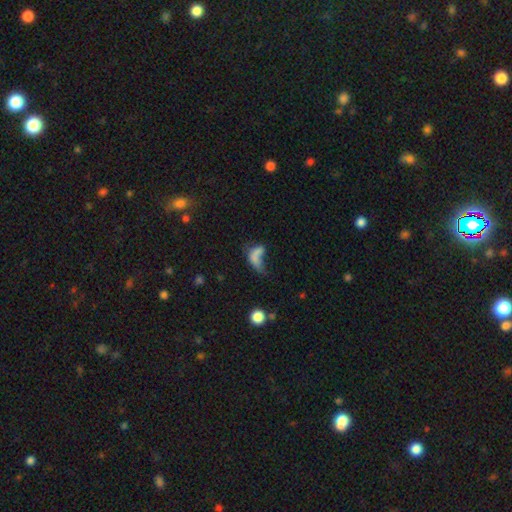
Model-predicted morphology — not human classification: A smooth galaxy with no disk features (59%) that is in between round and cigar-shaped (76%). Merging: major disturbance (40%).